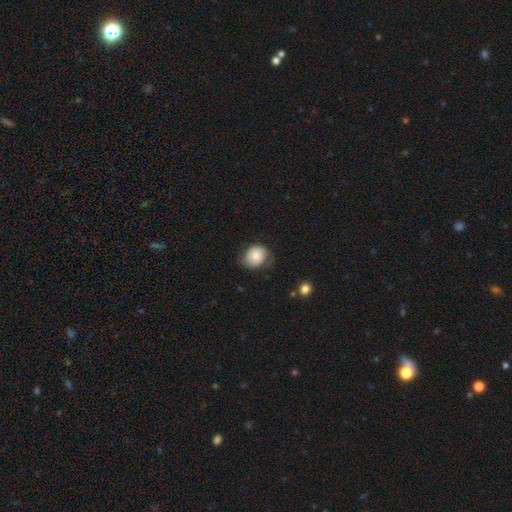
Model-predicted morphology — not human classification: smooth 75%, featured or disk 17%, star or artifact 8%. Down the decision tree: how rounded — round (61%); merging — none (59%).